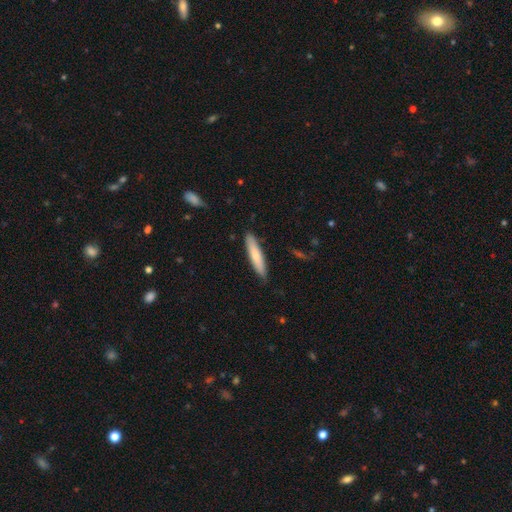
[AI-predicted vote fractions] Morphology: type=smooth (73%); roundness=cigar-shaped (87%); merging=none (86%).